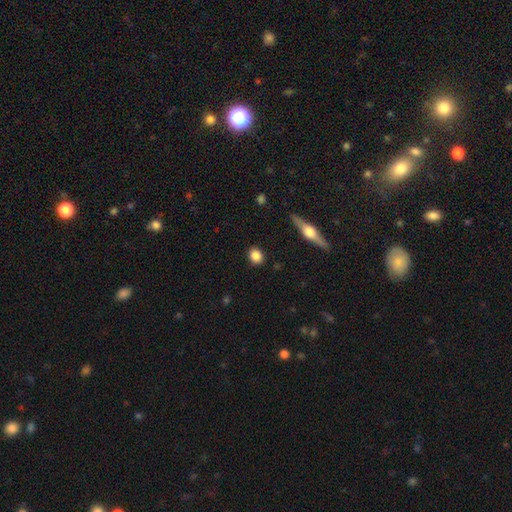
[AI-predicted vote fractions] This appears to be a smooth galaxy with no disk features (84%) that is round (71%). Merging: none (89%).